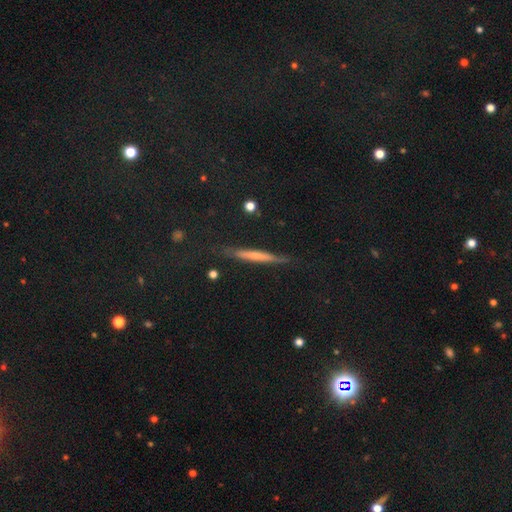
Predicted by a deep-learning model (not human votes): Smooth or featured: featured or disk — 48% (smooth — 43%)
Merging: none — 82% (minor disturbance — 14%)